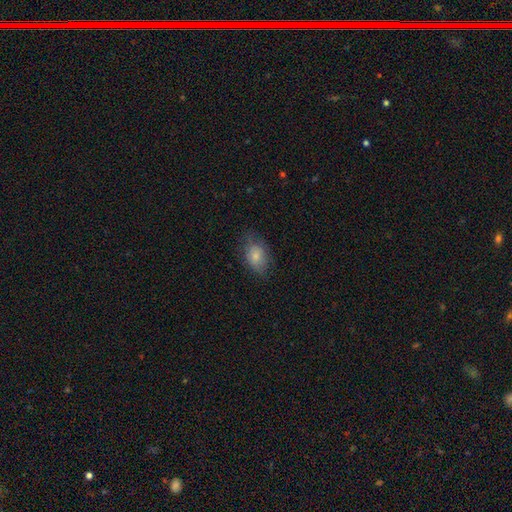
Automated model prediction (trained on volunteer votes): The model was most divided on "merging": none: 70%, minor disturbance: 22%, major disturbance: 7%, merger: 1%. More confident: smooth or featured — smooth (81%); how rounded — in between (79%).